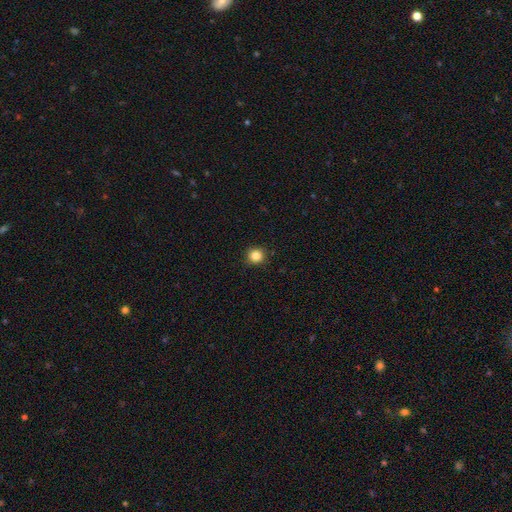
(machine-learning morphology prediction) type=smooth (85%); roundness=round (93%); merging=none (91%).